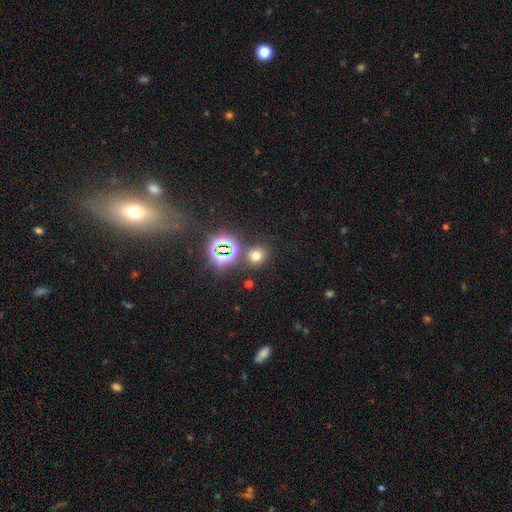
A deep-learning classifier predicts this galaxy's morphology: A smooth galaxy with no disk features (64%) that is round (80%).

Vote fractions:
- Smooth or featured? smooth: 64% / star or artifact: 30% / featured or disk: 7%
- How rounded? round: 80% / in between: 18% / cigar-shaped: 1%
- Merging? none: 81% / minor disturbance: 8% / merger: 7% / major disturbance: 3%